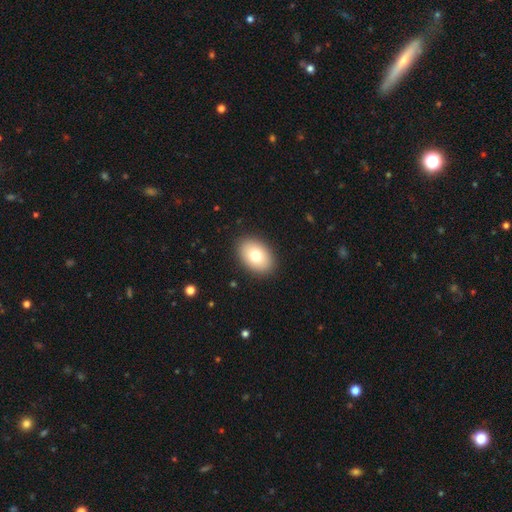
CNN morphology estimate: Q: Smooth or featured?
A: smooth (78%); runner-up: featured or disk (14%)
Q: How rounded?
A: in between (85%); runner-up: round (14%)
Q: Merging?
A: none (89%); runner-up: minor disturbance (8%)